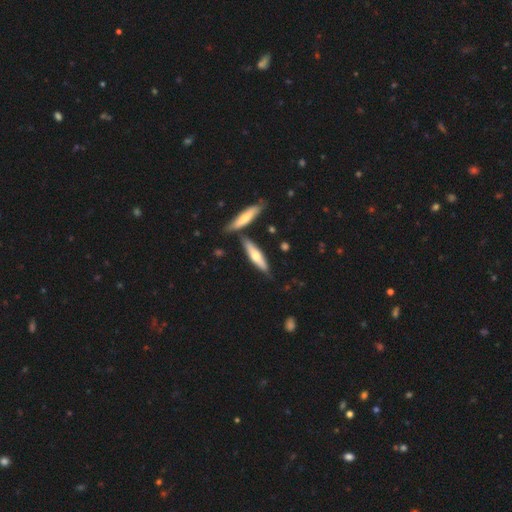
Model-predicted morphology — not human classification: Smooth or featured: smooth — 49% (featured or disk — 46%)
Merging: none — 75% (minor disturbance — 12%)